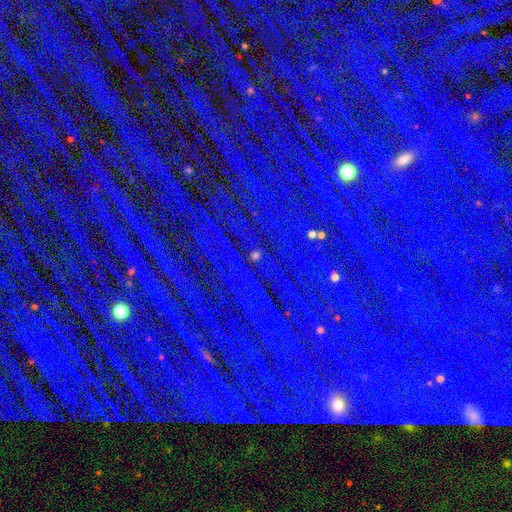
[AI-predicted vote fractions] smooth-or-featured: star or artifact: 84% | smooth: 8% | featured or disk: 8%